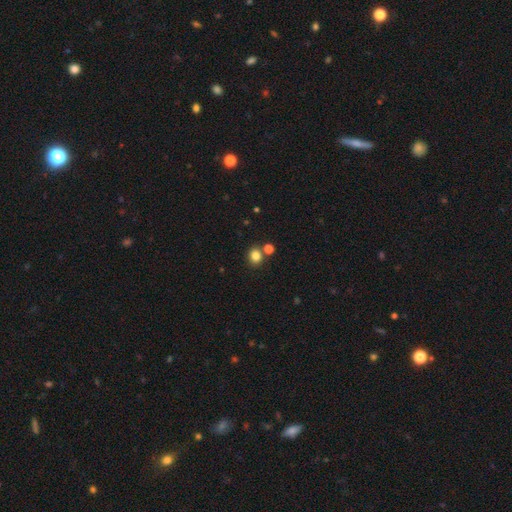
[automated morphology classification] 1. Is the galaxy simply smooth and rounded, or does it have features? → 82% smooth, 13% star or artifact, 5% featured or disk.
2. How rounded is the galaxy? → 74% round, 25% in between, 1% cigar-shaped.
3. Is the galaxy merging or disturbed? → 71% none, 17% merger, 8% minor disturbance, 3% major disturbance.